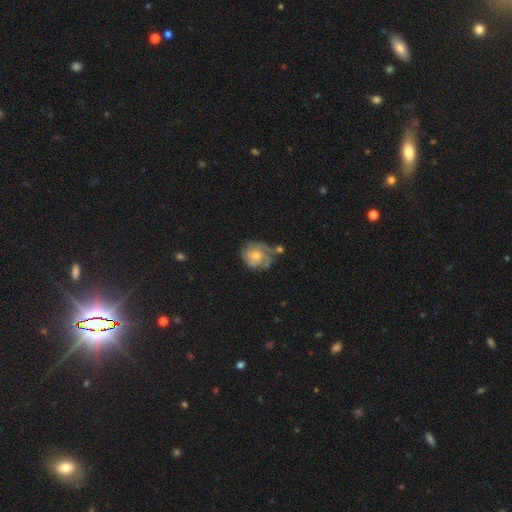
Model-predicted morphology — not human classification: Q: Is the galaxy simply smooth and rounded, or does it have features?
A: featured or disk — 70%.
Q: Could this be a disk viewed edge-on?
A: no — 97%.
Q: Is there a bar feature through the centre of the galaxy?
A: no — 75%.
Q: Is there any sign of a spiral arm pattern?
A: yes — 88%.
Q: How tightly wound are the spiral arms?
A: tight — 62%.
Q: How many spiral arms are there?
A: can't tell — 33%.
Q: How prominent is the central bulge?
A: moderate — 56%.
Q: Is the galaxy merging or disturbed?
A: none — 54%.